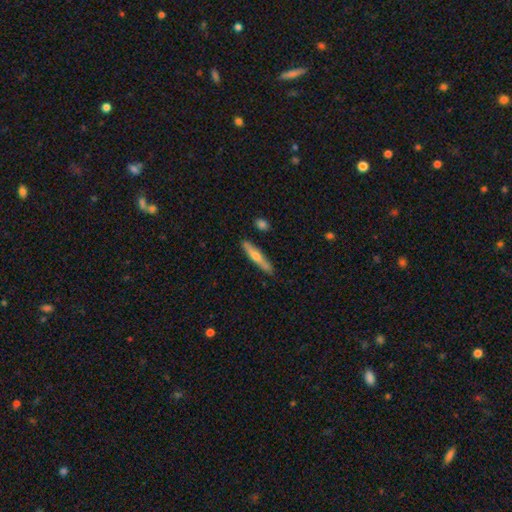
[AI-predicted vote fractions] Smooth or featured? Predicted: featured or disk (p=0.49). Merging? Predicted: none (p=0.86).